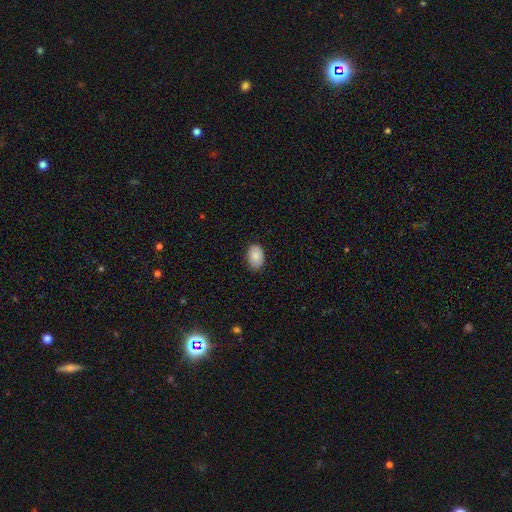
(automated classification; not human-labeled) Overall: smooth (86%). How rounded: in between (87%). Merging: none (83%).